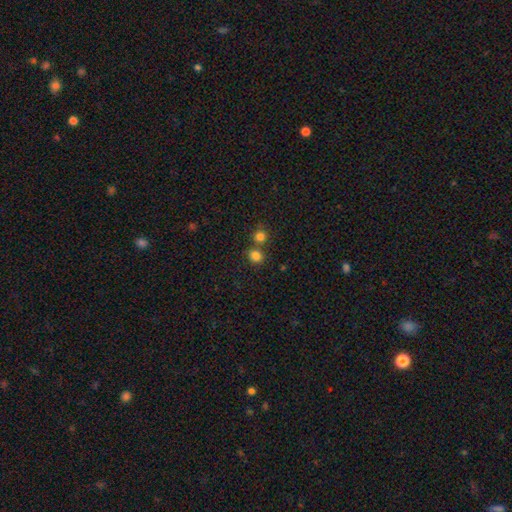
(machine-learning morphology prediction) smooth_or_featured: smooth (p=0.82) [alt: star or artifact p=0.13]
how_rounded: round (p=0.74) [alt: in between p=0.25]
merging: none (p=0.65) [alt: merger p=0.24]